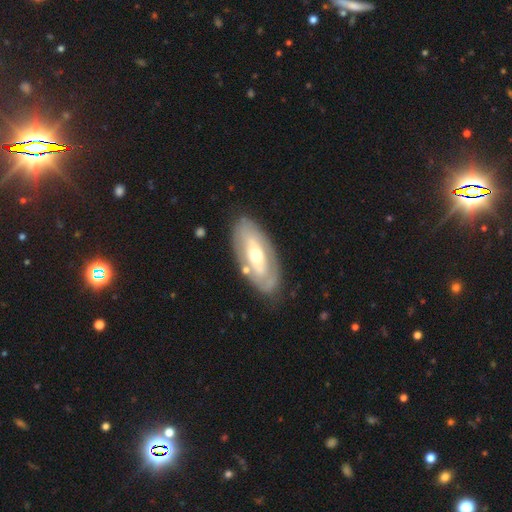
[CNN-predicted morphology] Overall: featured or disk (65%; smooth 30%). Edge-on disk: no (87%). Bar: no (62%). Spiral arms: no (68%; yes 32%). Bulge size: moderate (68%). Merging: none (78%).